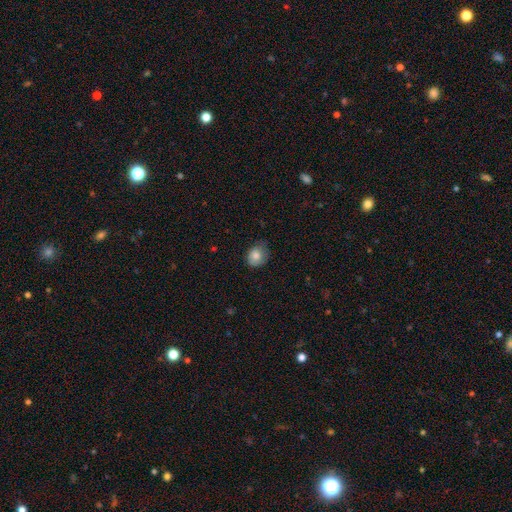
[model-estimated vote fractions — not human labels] This appears to be a smooth galaxy with no disk features (81%) that is round (60%). Merging: none (60%).